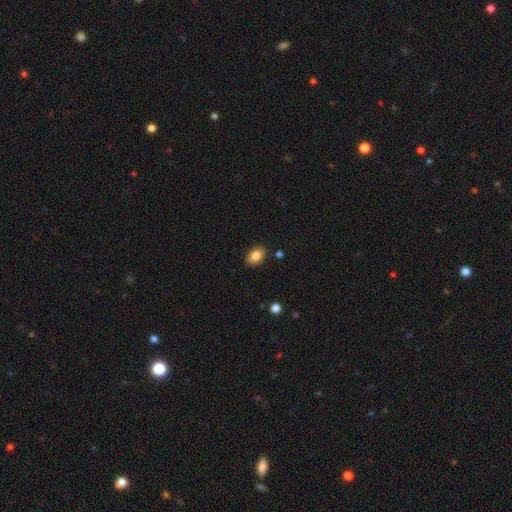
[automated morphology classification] Q: Smooth or featured?
A: smooth (84%); runner-up: star or artifact (8%)
Q: How rounded?
A: in between (84%); runner-up: round (14%)
Q: Merging?
A: none (87%); runner-up: minor disturbance (9%)